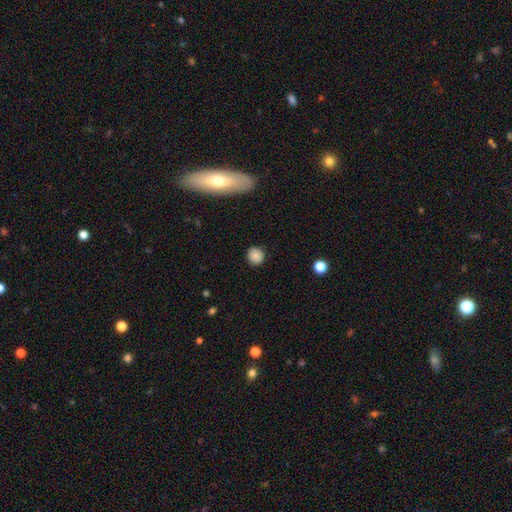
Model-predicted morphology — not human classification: smooth 86%, star or artifact 9%, featured or disk 5%. Down the decision tree: how rounded — round (88%); merging — none (88%).